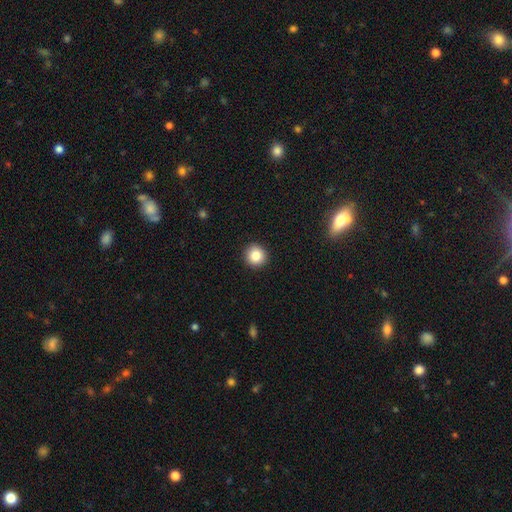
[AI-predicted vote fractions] Smooth or featured? Predicted: smooth (p=0.85). How rounded? Predicted: round (p=0.93). Merging? Predicted: none (p=0.93).